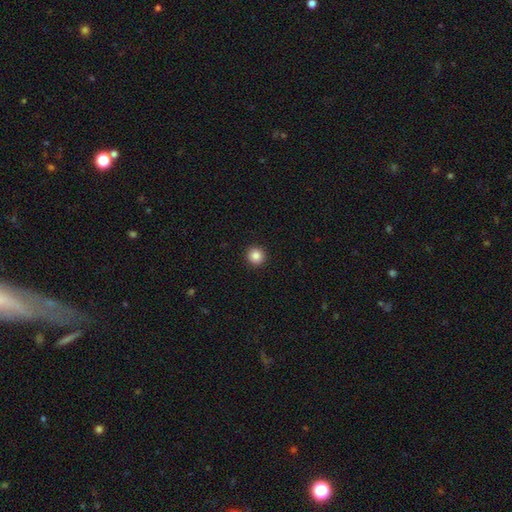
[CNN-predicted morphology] A smooth galaxy with no disk features (86%) that is round (95%).

Vote fractions:
- Smooth or featured? smooth: 86% / star or artifact: 10% / featured or disk: 4%
- How rounded? round: 95% / in between: 4% / cigar-shaped: 1%
- Merging? none: 93% / minor disturbance: 4% / major disturbance: 2% / merger: 1%